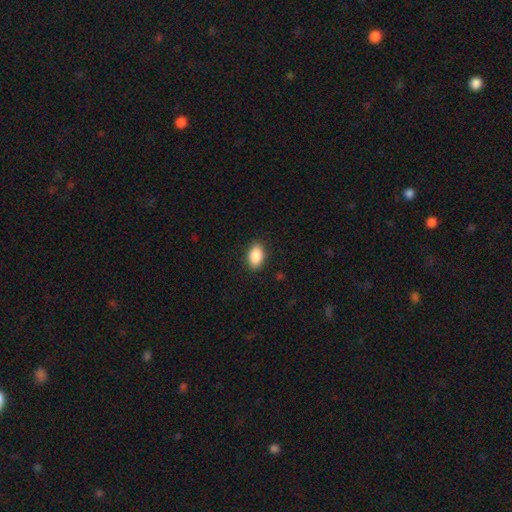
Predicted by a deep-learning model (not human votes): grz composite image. It shows a smooth galaxy with no disk features (89%) that is in between round and cigar-shaped (91%). Merging: none (88%).